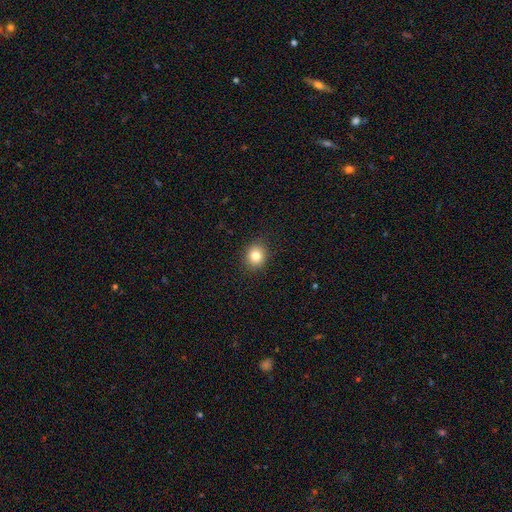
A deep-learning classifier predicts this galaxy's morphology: smooth-or-featured: smooth: 82% | star or artifact: 11% | featured or disk: 7%
  how-rounded: round: 77% | in between: 22% | cigar-shaped: 1%
  merging: none: 90% | minor disturbance: 7% | major disturbance: 2% | merger: 1%